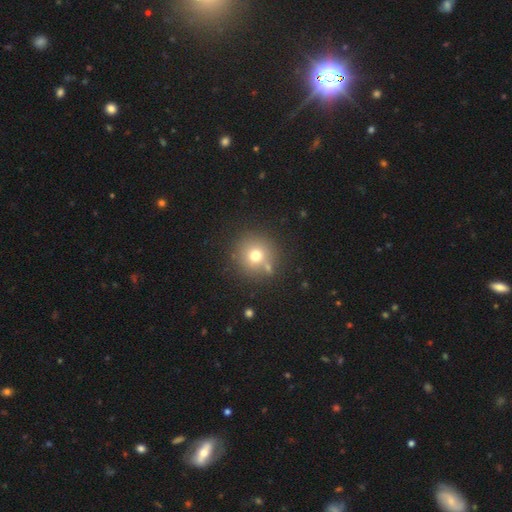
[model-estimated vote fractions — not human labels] Smooth or featured: smooth — 71% (star or artifact — 16%)
How rounded: round — 93% (in between — 6%)
Merging: none — 78% (minor disturbance — 9%)